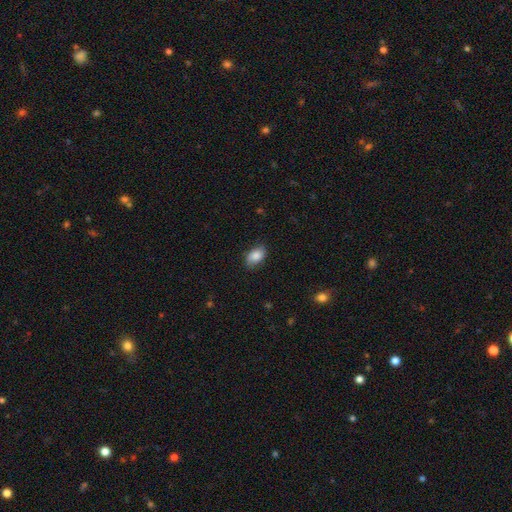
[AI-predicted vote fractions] A smooth galaxy with no disk features (85%) that is in between round and cigar-shaped (90%).

Vote fractions:
- Smooth or featured? smooth: 85% / featured or disk: 7% / star or artifact: 7%
- How rounded? in between: 90% / round: 9% / cigar-shaped: 2%
- Merging? none: 81% / minor disturbance: 14% / major disturbance: 3% / merger: 1%